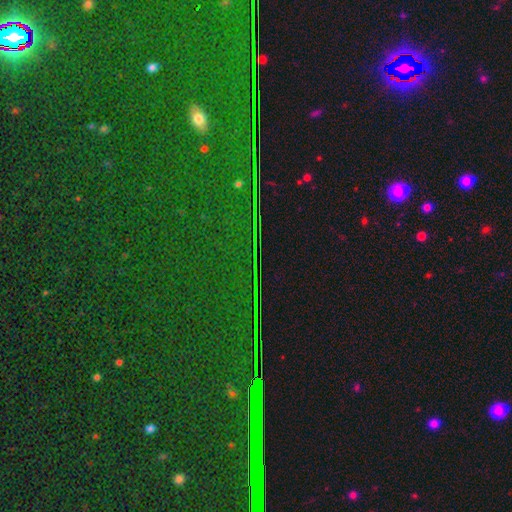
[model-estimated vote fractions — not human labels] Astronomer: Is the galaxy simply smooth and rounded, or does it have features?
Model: star or artifact — 86%.